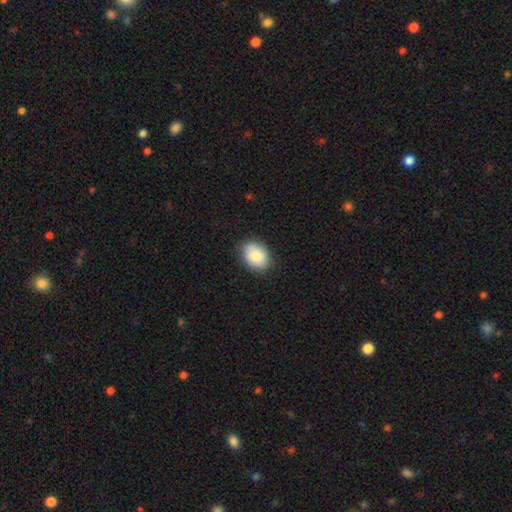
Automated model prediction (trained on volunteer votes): Morphology: type=smooth (83%); roundness=in between (67%); merging=none (84%).